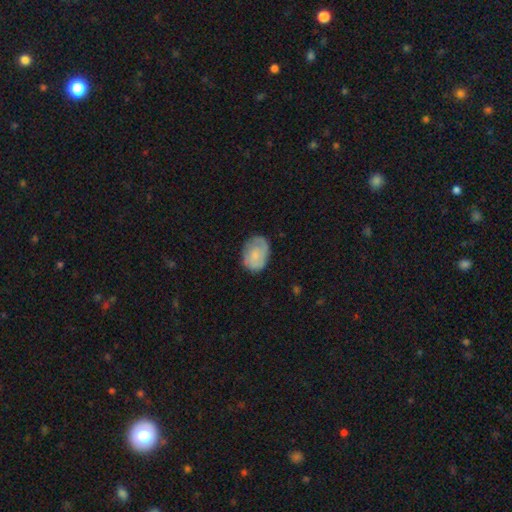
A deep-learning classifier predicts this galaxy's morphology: Smooth or featured? smooth (64%)
How rounded? in between (73%)
Merging? none (68%)